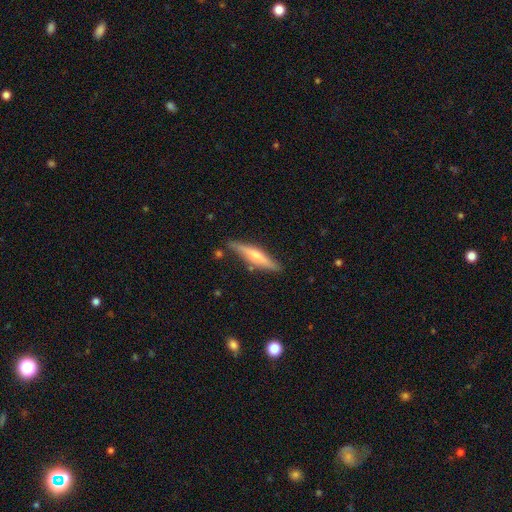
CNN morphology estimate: This appears to be a featured or disk galaxy (52%) viewed edge-on (94%). Merging: none (81%).